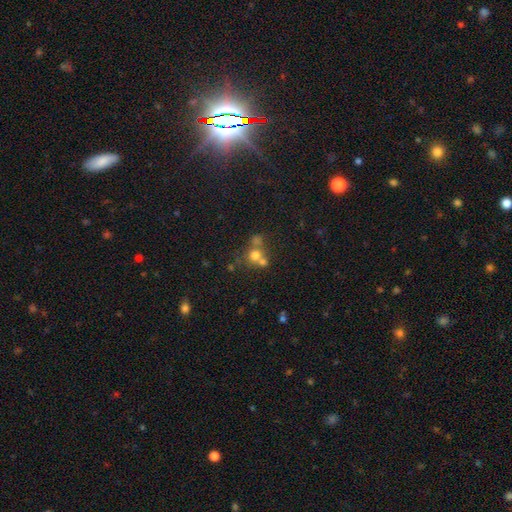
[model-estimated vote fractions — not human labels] Morphology: type=smooth (64%); roundness=round (83%); merging=merger (49%).